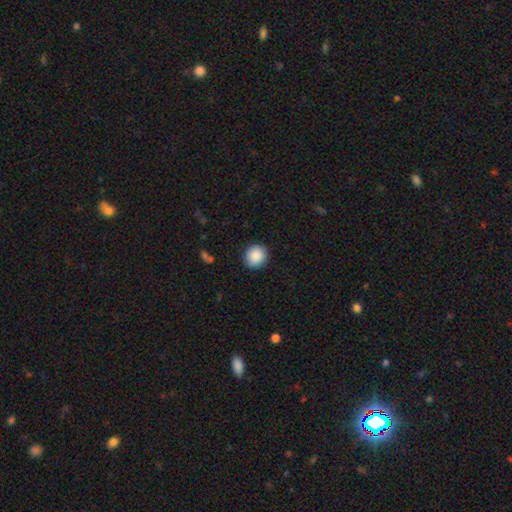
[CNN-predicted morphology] Smooth or featured?
  - smooth: 90% *
  - star or artifact: 7%
  - featured or disk: 3%
How rounded?
  - round: 87% *
  - in between: 12%
  - cigar-shaped: 1%
Merging?
  - none: 90% *
  - minor disturbance: 7%
  - major disturbance: 2%
  - merger: 1%